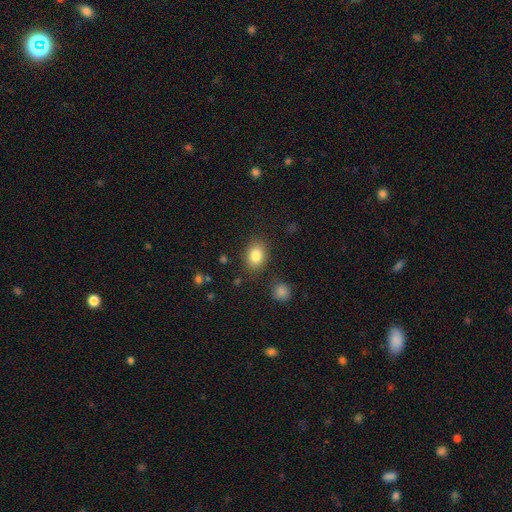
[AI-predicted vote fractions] Smooth or featured: smooth — 83% (star or artifact — 9%)
How rounded: in between — 65% (round — 34%)
Merging: none — 83% (minor disturbance — 11%)